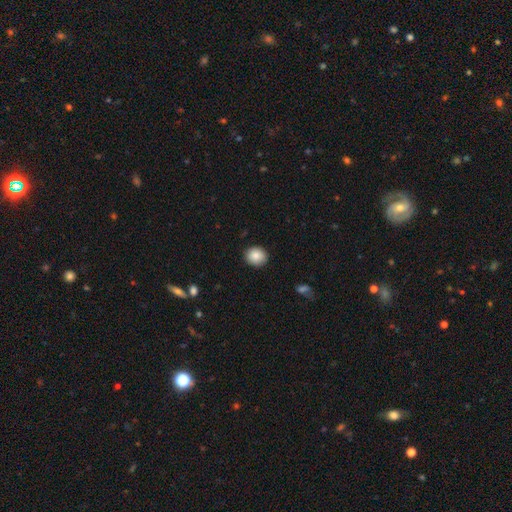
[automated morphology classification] smooth-or-featured: smooth: 87% | star or artifact: 8% | featured or disk: 5%
  how-rounded: round: 73% | in between: 26% | cigar-shaped: 1%
  merging: none: 88% | minor disturbance: 9% | major disturbance: 2% | merger: 1%